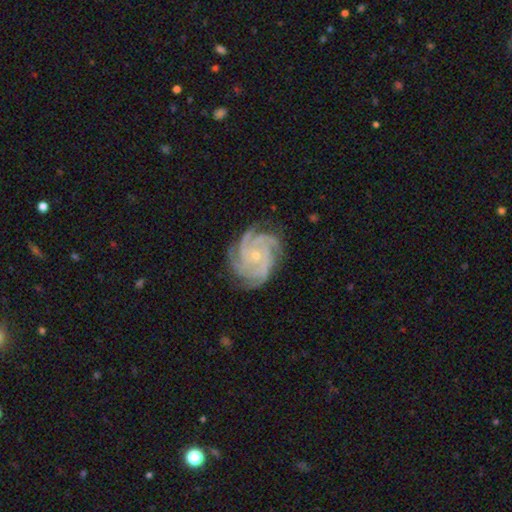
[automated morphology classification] Smooth or featured? featured or disk (89%)
Edge-on disk? no (98%)
Bar? no (75%)
Spiral arms? yes (99%)
Spiral winding? tight (71%)
Spiral arm count? 4 (45%)
Bulge size? small (73%)
Merging? none (80%)